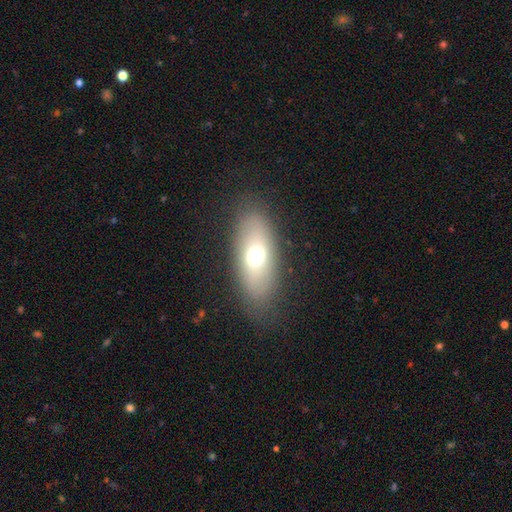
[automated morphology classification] A smooth galaxy with no disk features (63%) that is in between round and cigar-shaped (81%). Merging: none (82%).